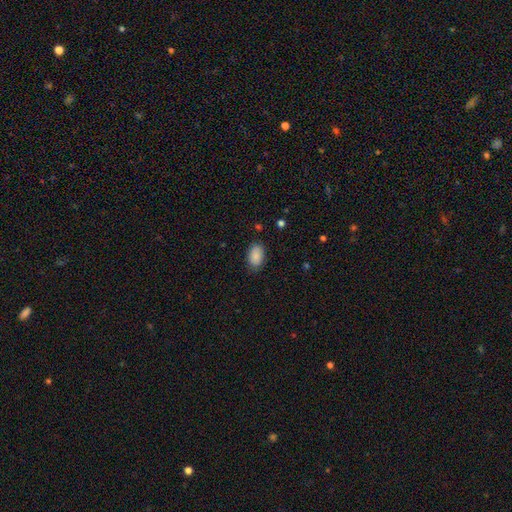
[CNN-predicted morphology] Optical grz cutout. It shows a smooth galaxy with no disk features (88%) that is in between round and cigar-shaped (91%). Merging: none (82%).